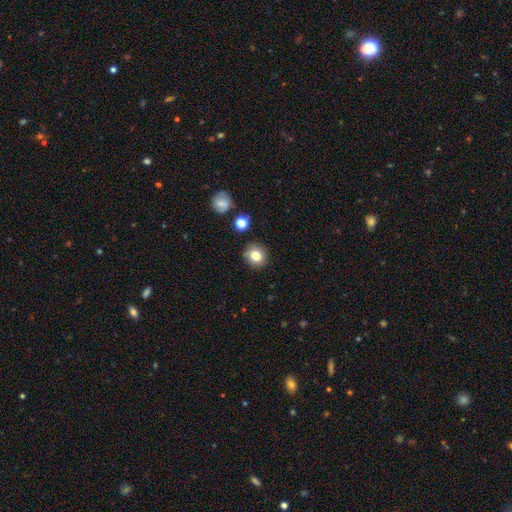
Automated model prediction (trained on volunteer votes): Morphology: type=smooth (81%); roundness=round (83%); merging=none (85%).